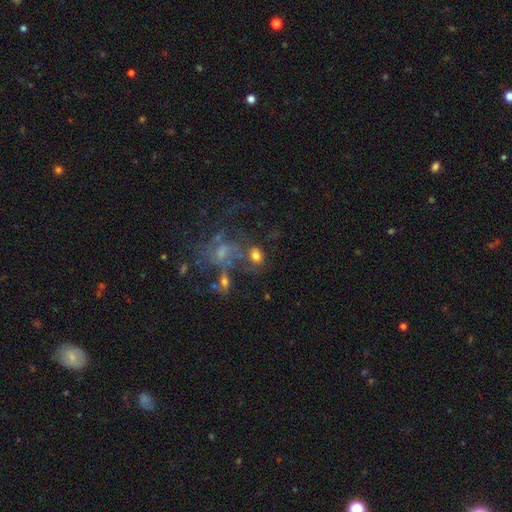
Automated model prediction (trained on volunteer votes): A smooth galaxy with no disk features (58%) that is in between round and cigar-shaped (55%). Merging: none (40%).